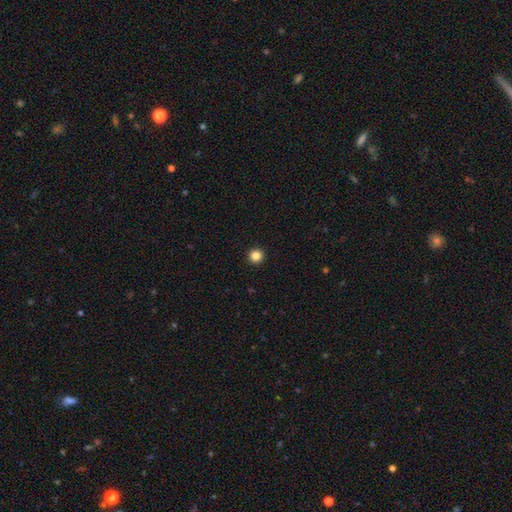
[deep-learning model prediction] This is clearly a smooth galaxy (85%). How rounded: clearly round (95%). Merging: clearly none (94%).